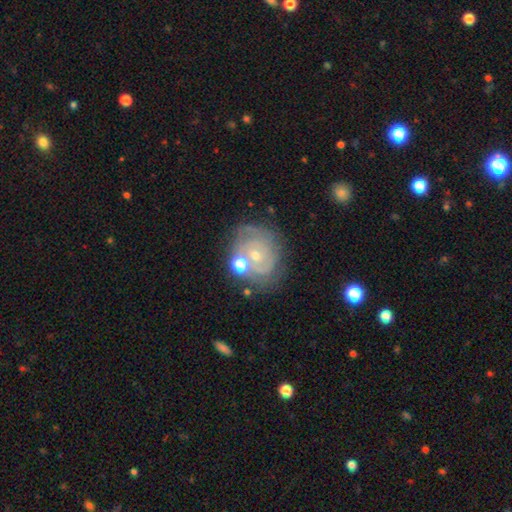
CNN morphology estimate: This appears to be a featured or disk galaxy (78%) with no bar (72%), 2 (37%) tight (68%) spiral arms (89%) and a small central bulge (62%). Merging: none (63%).